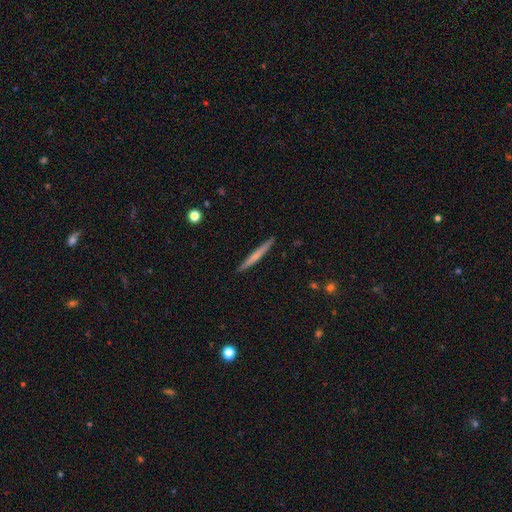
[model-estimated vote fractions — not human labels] Smooth or featured?
  - smooth: 57% *
  - featured or disk: 37%
  - star or artifact: 6%
How rounded?
  - cigar-shaped: 96% *
  - in between: 2%
  - round: 1%
Merging?
  - none: 91% *
  - minor disturbance: 7%
  - major disturbance: 1%
  - merger: 1%